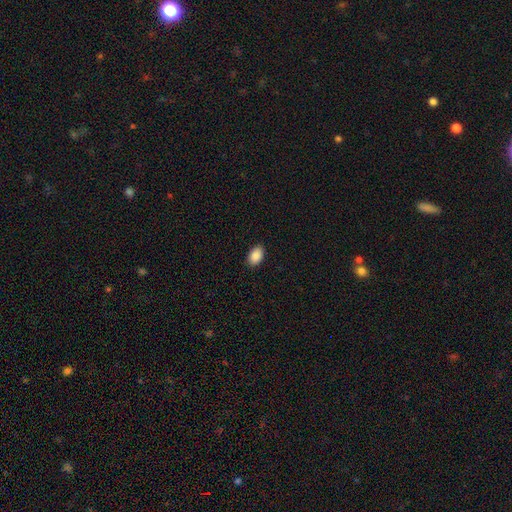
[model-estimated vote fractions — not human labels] smooth-or-featured: smooth: 90% | star or artifact: 7% | featured or disk: 3%
  how-rounded: in between: 90% | round: 9% | cigar-shaped: 1%
  merging: none: 90% | minor disturbance: 8% | major disturbance: 2% | merger: 1%